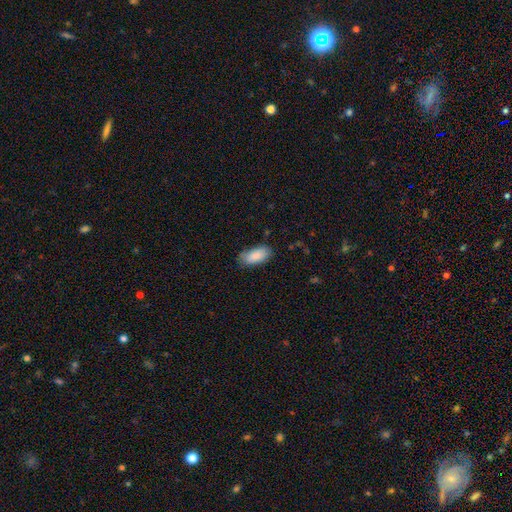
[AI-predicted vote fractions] Q: Smooth or featured?
A: smooth (88%); runner-up: star or artifact (6%)
Q: How rounded?
A: in between (90%); runner-up: cigar-shaped (8%)
Q: Merging?
A: none (76%); runner-up: minor disturbance (19%)